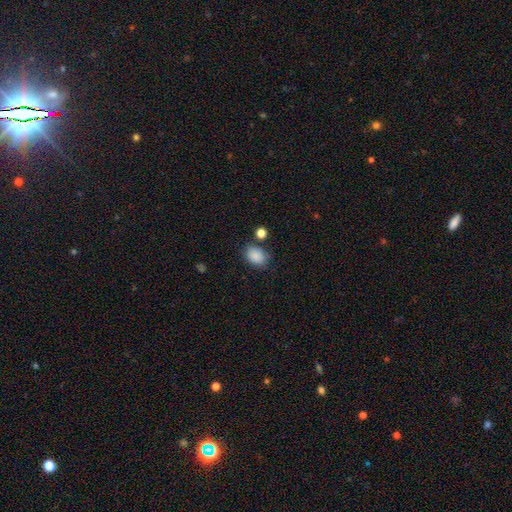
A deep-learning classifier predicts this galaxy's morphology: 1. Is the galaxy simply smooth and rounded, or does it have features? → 87% smooth, 9% star or artifact, 4% featured or disk.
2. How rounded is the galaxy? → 70% in between, 29% round, 1% cigar-shaped.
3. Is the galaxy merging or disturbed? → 75% none, 15% minor disturbance, 6% merger, 4% major disturbance.